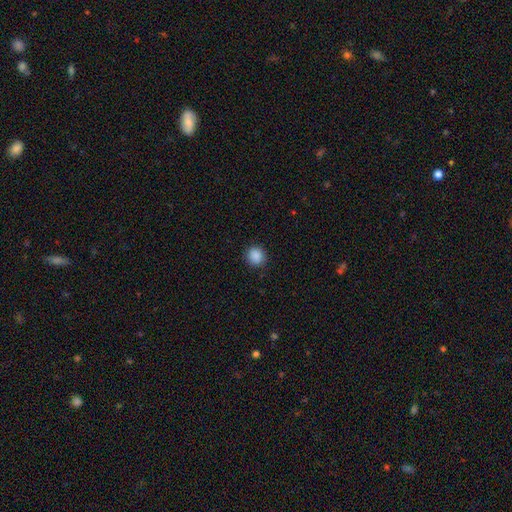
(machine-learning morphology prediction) Q: Smooth or featured?
A: smooth (88%); runner-up: star or artifact (9%)
Q: How rounded?
A: round (86%); runner-up: in between (13%)
Q: Merging?
A: none (89%); runner-up: minor disturbance (8%)